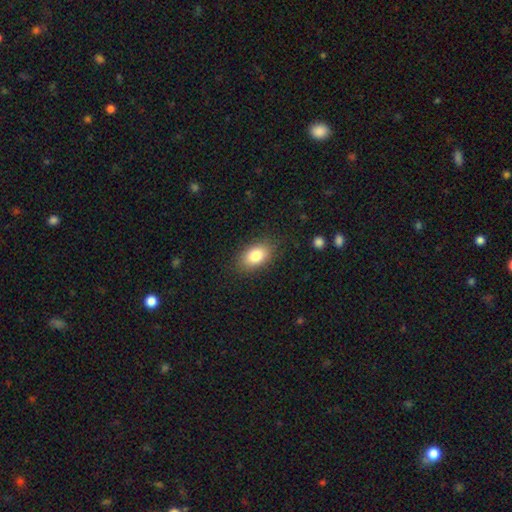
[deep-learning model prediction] A smooth galaxy with no disk features (83%) that is in between round and cigar-shaped (88%). Merging: none (85%).